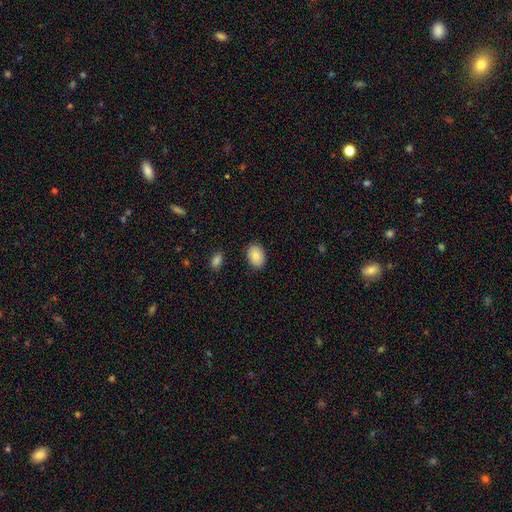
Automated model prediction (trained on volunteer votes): Q: Smooth or featured?
A: smooth (86%); runner-up: featured or disk (7%)
Q: How rounded?
A: in between (80%); runner-up: round (19%)
Q: Merging?
A: none (85%); runner-up: minor disturbance (11%)